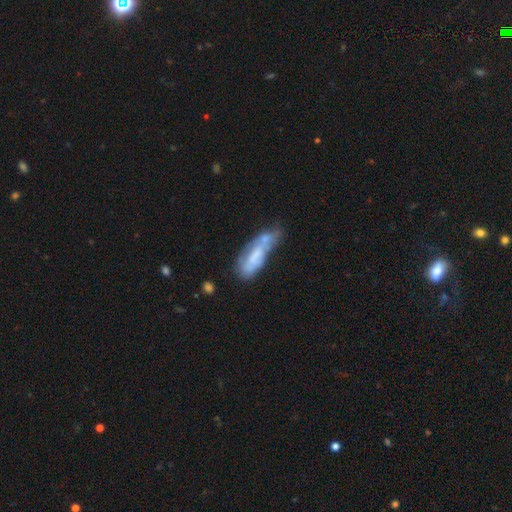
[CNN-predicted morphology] A smooth galaxy with no disk features (51%) that is in between round and cigar-shaped (49%, tied with cigar-shaped). Merging: minor disturbance (28%, tied with none).